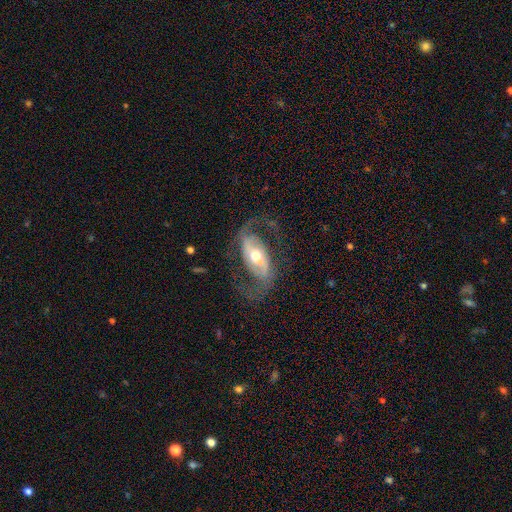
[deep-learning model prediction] This appears to be a featured or disk galaxy (88%) with a strong bar (43%), 2 (93%) medium (47%) spiral arms (95%) and a moderate central bulge (67%). Merging: none (73%).